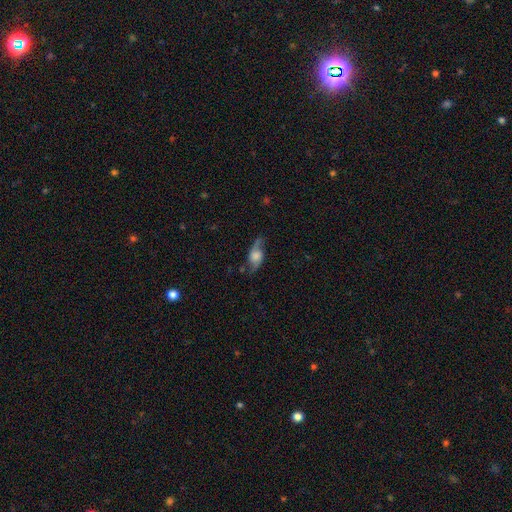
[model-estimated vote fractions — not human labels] Q: Smooth or featured?
A: featured or disk (73%); runner-up: smooth (19%)
Q: Edge-on disk?
A: no (88%); runner-up: yes (12%)
Q: Bar?
A: no (62%); runner-up: weak (30%)
Q: Spiral arms?
A: yes (93%); runner-up: no (7%)
Q: Spiral winding?
A: loose (68%); runner-up: medium (25%)
Q: Spiral arm count?
A: 2 (91%); runner-up: can't tell (3%)
Q: Bulge size?
A: large (32%); runner-up: moderate (25%)
Q: Merging?
A: none (71%); runner-up: minor disturbance (18%)